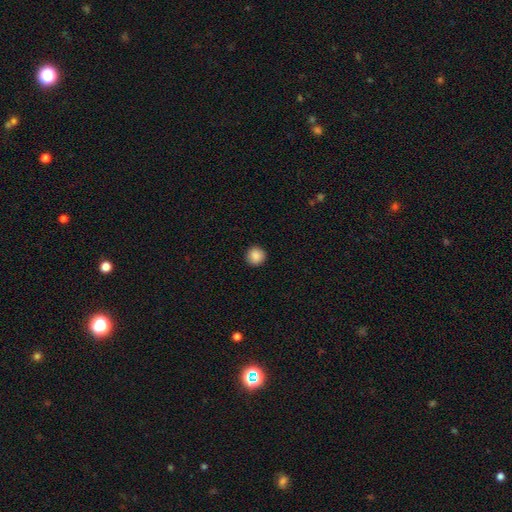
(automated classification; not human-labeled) Q: Smooth or featured?
A: smooth (88%); runner-up: star or artifact (9%)
Q: How rounded?
A: round (95%); runner-up: in between (4%)
Q: Merging?
A: none (92%); runner-up: minor disturbance (6%)